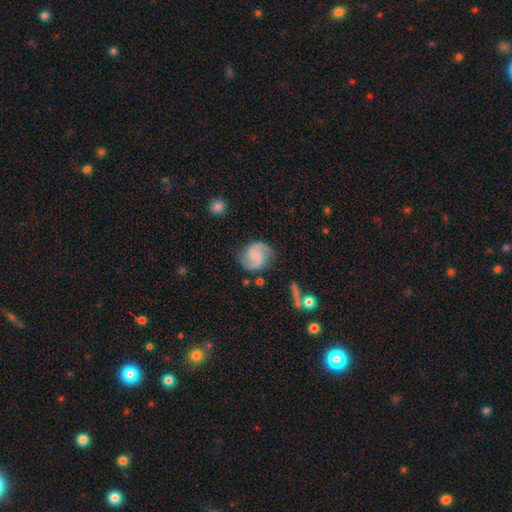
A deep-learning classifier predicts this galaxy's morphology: smooth-or-featured: featured or disk: 84% | smooth: 11% | star or artifact: 5%
  disk-edge-on: no: 98% | yes: 2%
    bar: no: 55% | weak: 37% | strong: 8%
    has-spiral-arms: yes: 97% | no: 3%
      spiral-winding: medium: 54% | tight: 26% | loose: 20%
      spiral-arm-count: 2: 93% | can't tell: 2% | 1: 1% | 3: 1% | 4: 1% | more than 4: 1%
    bulge-size: none: 51% | small: 32% | moderate: 13% | large: 2% | dominant: 1%
  merging: none: 80% | minor disturbance: 14% | major disturbance: 4% | merger: 2%